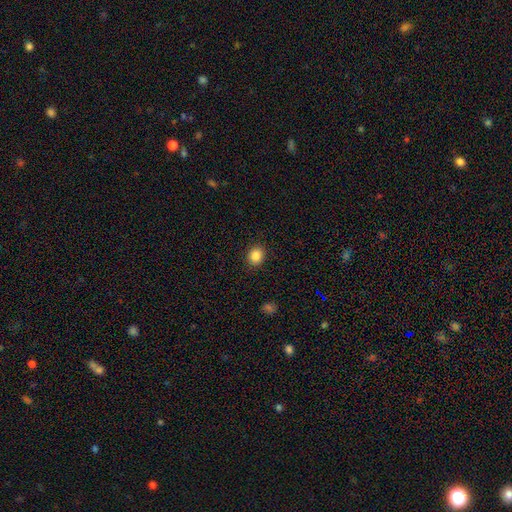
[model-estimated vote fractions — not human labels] This appears to be a smooth galaxy with no disk features (85%) that is round (71%). Merging: none (91%).